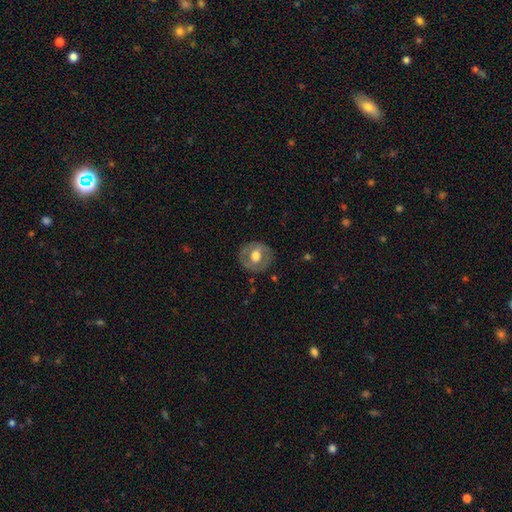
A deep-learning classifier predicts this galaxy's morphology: smooth-or-featured: featured or disk: 50% | smooth: 44% | star or artifact: 6%
  disk-edge-on: no: 95% | yes: 5%
  merging: none: 81% | minor disturbance: 13% | major disturbance: 5% | merger: 1%